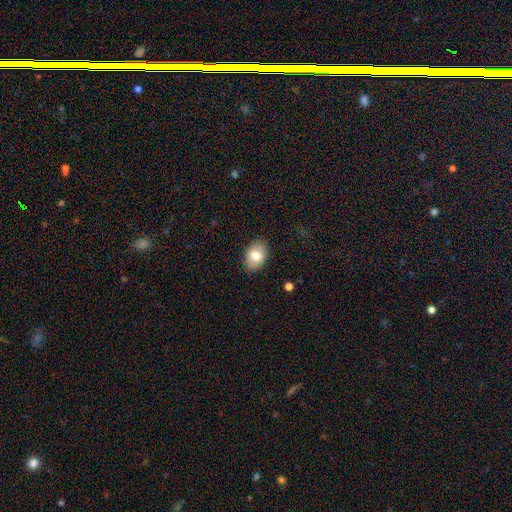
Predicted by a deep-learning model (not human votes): Smooth or featured?
  - smooth: 78% *
  - featured or disk: 15%
  - star or artifact: 7%
How rounded?
  - in between: 86% *
  - round: 13%
  - cigar-shaped: 1%
Merging?
  - none: 87% *
  - minor disturbance: 10%
  - major disturbance: 2%
  - merger: 1%